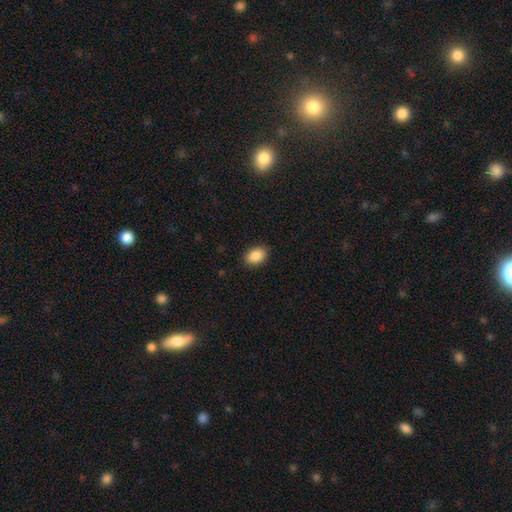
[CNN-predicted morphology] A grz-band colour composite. It shows a smooth galaxy with no disk features (88%) that is in between round and cigar-shaped (84%). Merging: none (89%).